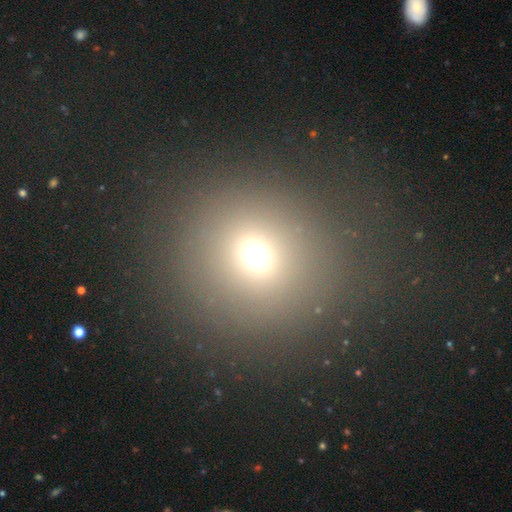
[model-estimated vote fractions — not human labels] This is likely a smooth galaxy (67%). How rounded: clearly round (90%). Merging: clearly none (84%).